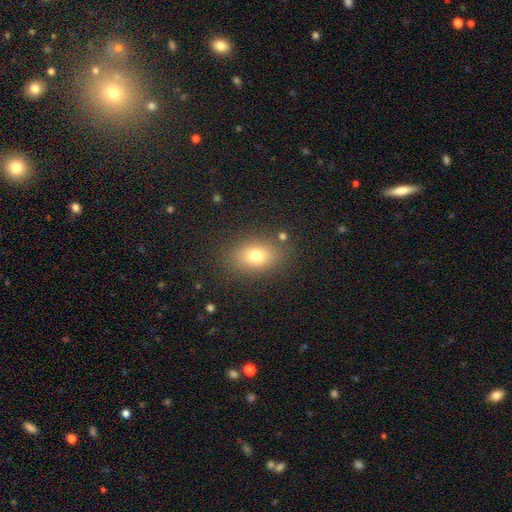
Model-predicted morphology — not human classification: This appears to be a smooth galaxy with no disk features (76%) that is in between round and cigar-shaped (75%). Merging: none (83%).